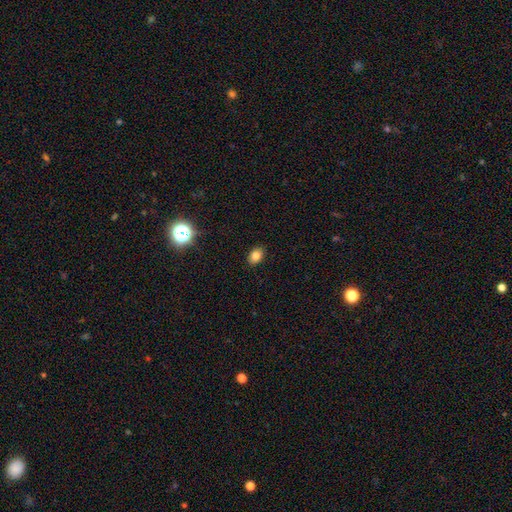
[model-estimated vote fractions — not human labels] smooth-or-featured: smooth: 83% | star or artifact: 12% | featured or disk: 5%
  how-rounded: in between: 78% | round: 21% | cigar-shaped: 1%
  merging: none: 89% | minor disturbance: 8% | major disturbance: 2% | merger: 1%